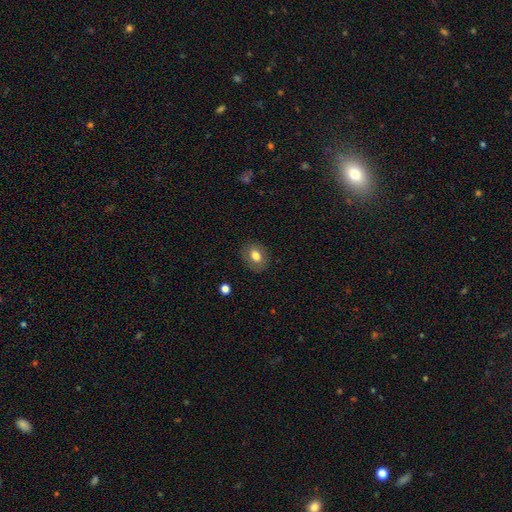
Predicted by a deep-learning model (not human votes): smooth-or-featured: smooth: 75% | featured or disk: 16% | star or artifact: 9%
  how-rounded: in between: 60% | round: 39% | cigar-shaped: 1%
  merging: none: 85% | minor disturbance: 11% | major disturbance: 3% | merger: 1%